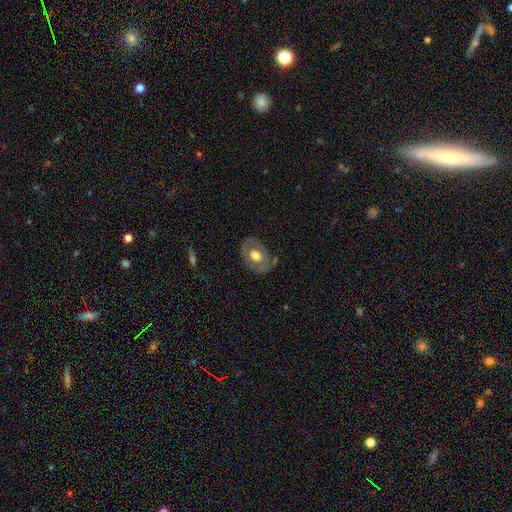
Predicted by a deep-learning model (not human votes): Q: Smooth or featured?
A: smooth (47%); tied with: featured or disk (47%)
Q: Merging?
A: none (74%); runner-up: minor disturbance (18%)